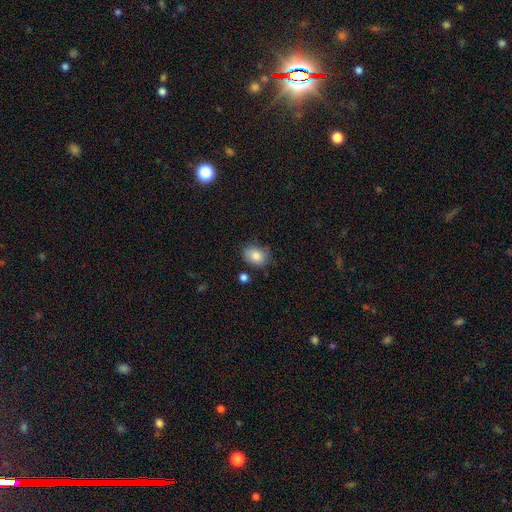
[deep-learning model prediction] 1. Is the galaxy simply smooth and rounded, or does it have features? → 83% smooth, 9% featured or disk, 9% star or artifact.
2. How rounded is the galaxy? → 69% in between, 30% round, 1% cigar-shaped.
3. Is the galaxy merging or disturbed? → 66% none, 23% minor disturbance, 6% major disturbance, 4% merger.